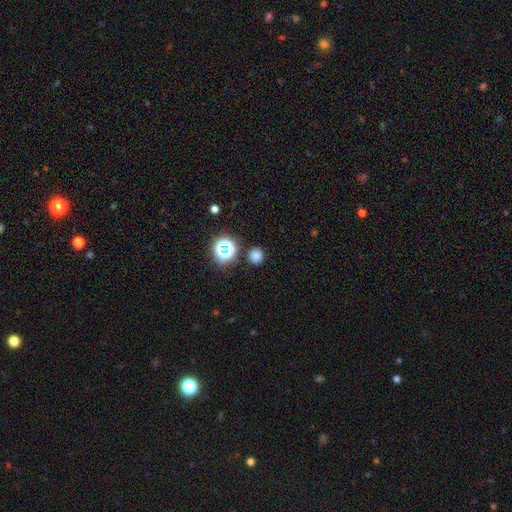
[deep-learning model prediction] A smooth galaxy with no disk features (75%) that is round (90%). Merging: none (87%).